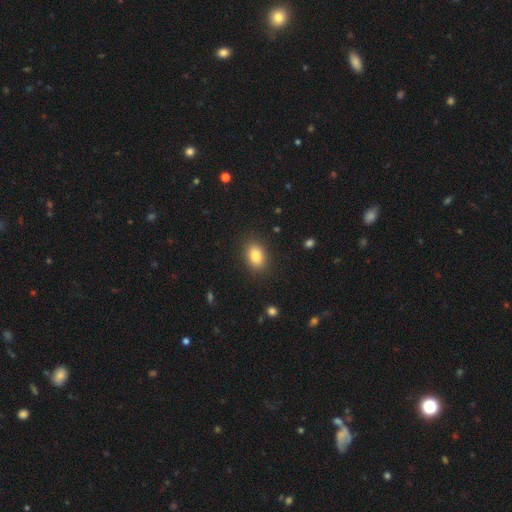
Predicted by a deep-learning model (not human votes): smooth 84%, star or artifact 9%, featured or disk 7%. Down the decision tree: how rounded — in between (81%); merging — none (88%).